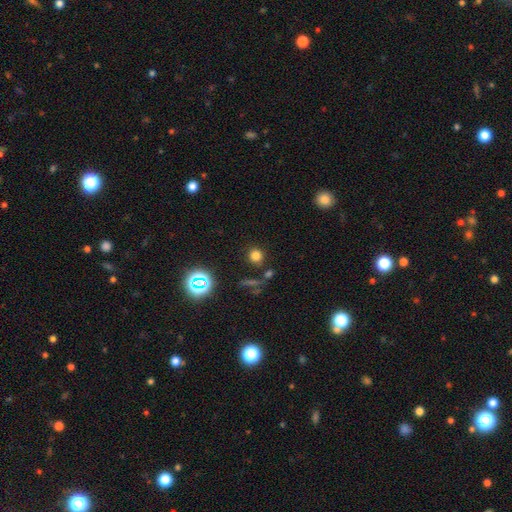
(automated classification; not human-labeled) Smooth or featured? smooth (73%)
How rounded? round (88%)
Merging? none (82%)